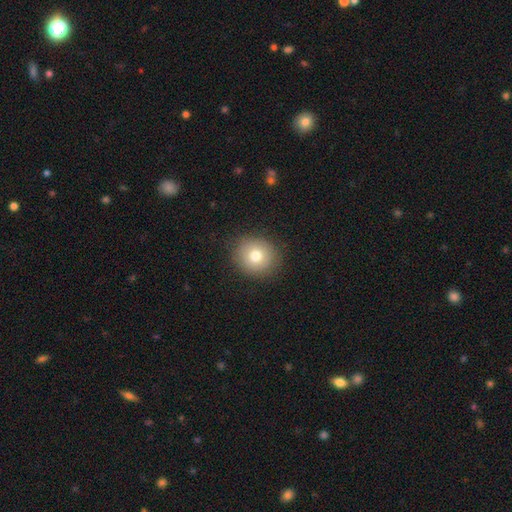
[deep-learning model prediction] smooth-or-featured: smooth: 77% | featured or disk: 13% | star or artifact: 11%
  how-rounded: round: 85% | in between: 14% | cigar-shaped: 1%
  merging: none: 87% | minor disturbance: 9% | major disturbance: 3% | merger: 1%